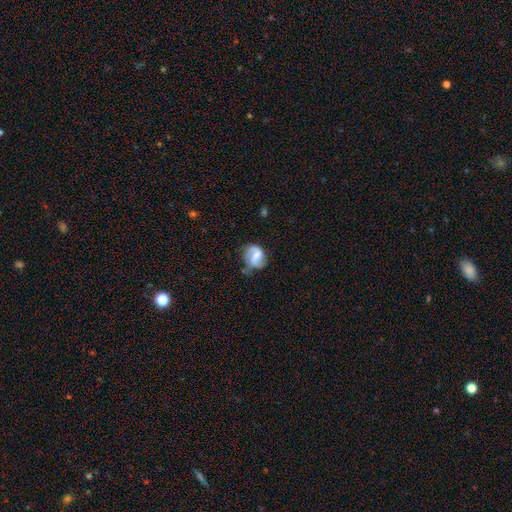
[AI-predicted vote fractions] Smooth or featured? featured or disk (54%)
Edge-on disk? no (97%)
Bar? weak (47%)
Spiral arms? yes (81%)
Bulge size? small (36%)
Merging? none (45%)